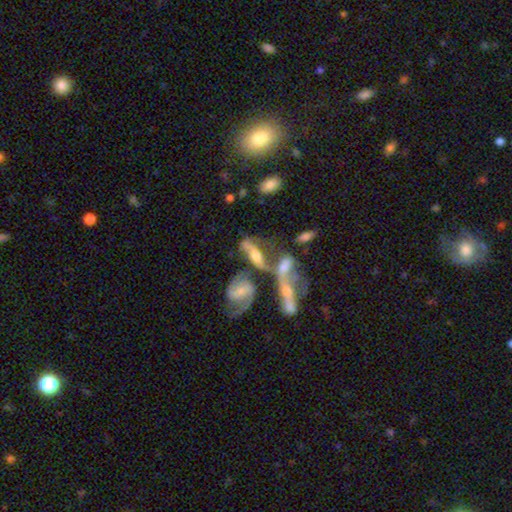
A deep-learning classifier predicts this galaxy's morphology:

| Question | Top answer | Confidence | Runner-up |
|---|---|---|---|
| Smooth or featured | featured or disk | 61% | smooth (28%) |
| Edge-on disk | no | 72% | yes (28%) |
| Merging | merger | 45% | none (28%) |